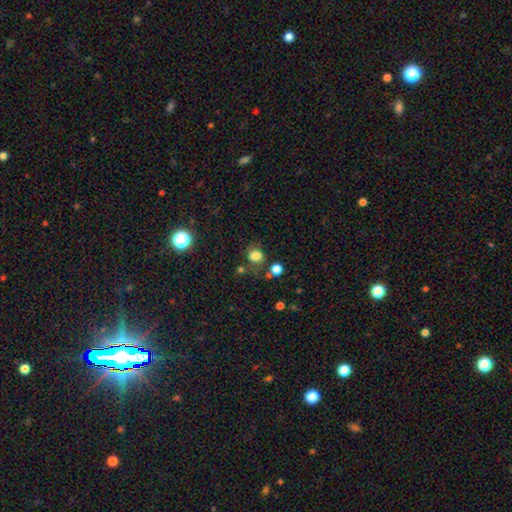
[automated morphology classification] Smooth or featured? Predicted: smooth (p=0.77). How rounded? Predicted: round (p=0.71). Merging? Predicted: none (p=0.65).